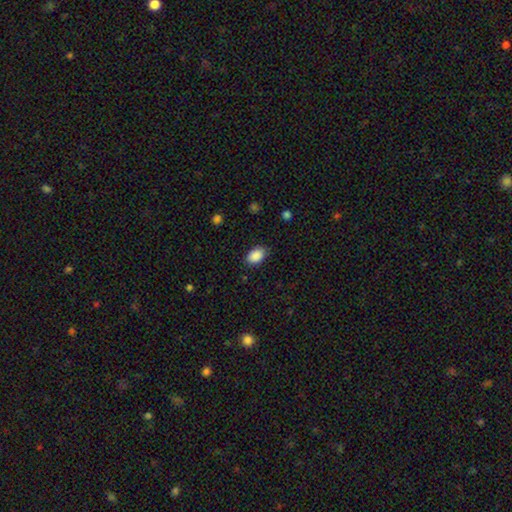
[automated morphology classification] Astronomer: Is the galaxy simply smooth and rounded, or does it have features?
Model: smooth — 89%.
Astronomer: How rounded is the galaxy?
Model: in between — 87%.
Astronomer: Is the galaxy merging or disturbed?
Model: none — 84%.